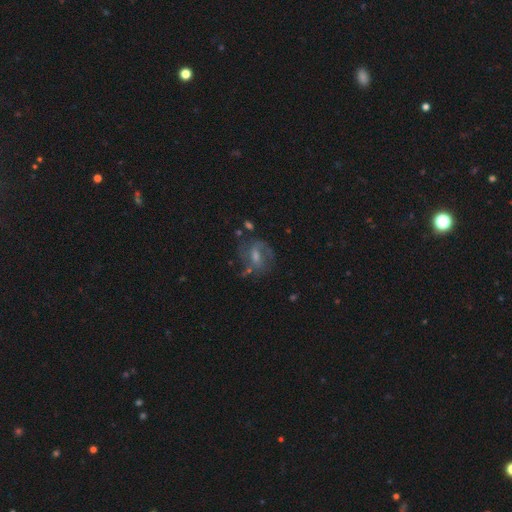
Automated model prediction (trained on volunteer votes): Smooth or featured: featured or disk — 65% (smooth — 25%)
Edge-on disk: no — 96% (yes — 4%)
Bar: weak — 52% (no — 29%)
Spiral arms: yes — 80% (no — 20%)
Bulge size: moderate — 47% (small — 36%)
Merging: none — 57% (minor disturbance — 22%)